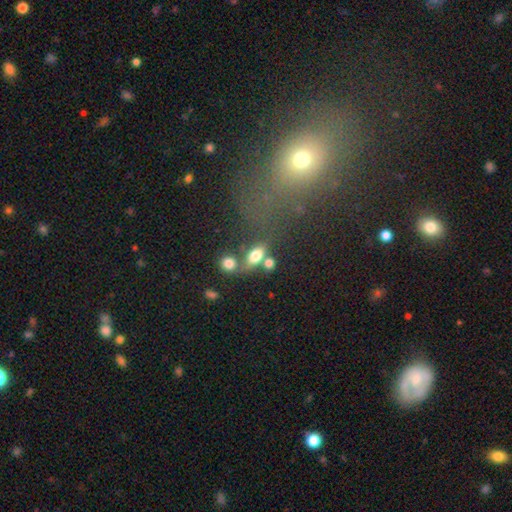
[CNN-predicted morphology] A smooth galaxy with no disk features (73%) that is in between round and cigar-shaped (78%). Merging: none (41%).